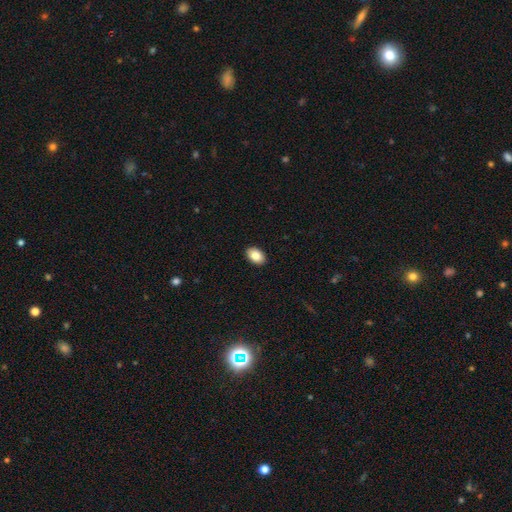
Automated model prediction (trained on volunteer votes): smooth-or-featured: smooth: 85% | star or artifact: 7% | featured or disk: 7%
  how-rounded: in between: 87% | round: 12% | cigar-shaped: 1%
  merging: none: 91% | minor disturbance: 6% | major disturbance: 2% | merger: 1%